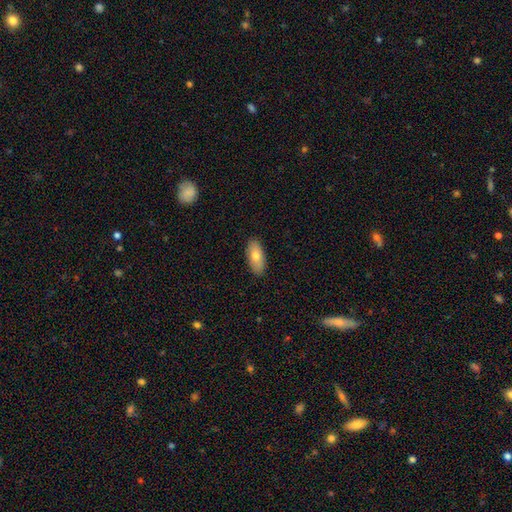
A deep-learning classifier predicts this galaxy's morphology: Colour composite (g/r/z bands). It shows a smooth galaxy with no disk features (76%) that is in between round and cigar-shaped (87%). Merging: none (89%).